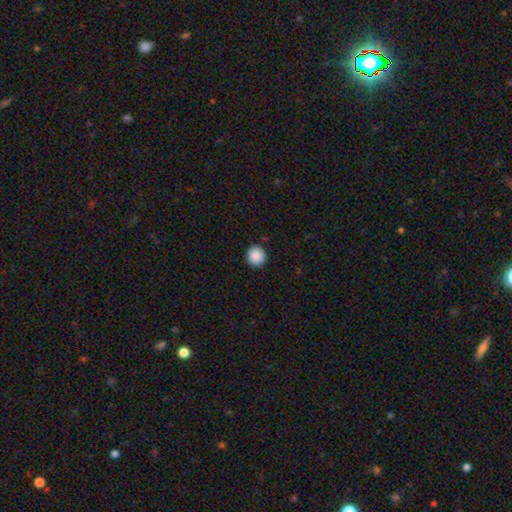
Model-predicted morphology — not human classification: A smooth galaxy with no disk features (89%) that is round (92%). Merging: none (91%).